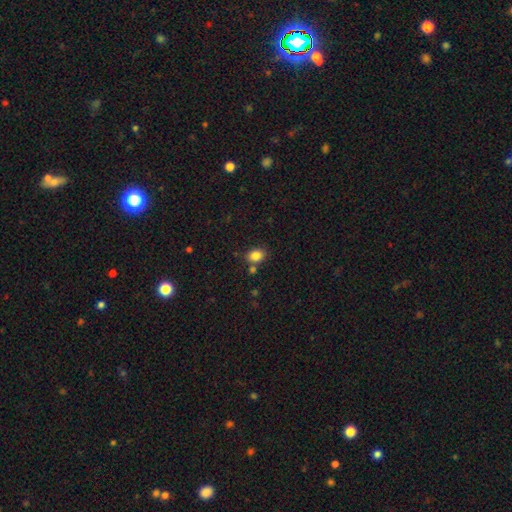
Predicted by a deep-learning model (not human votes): smooth_or_featured: smooth (p=0.85) [alt: star or artifact p=0.10]
how_rounded: in between (p=0.65) [alt: round p=0.34]
merging: none (p=0.73) [alt: minor disturbance p=0.13]